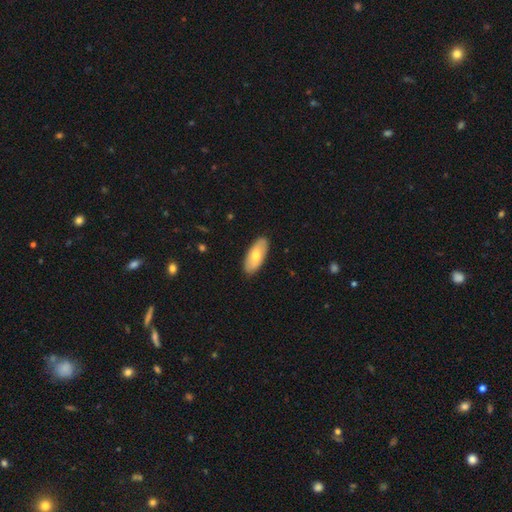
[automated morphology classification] smooth 66%, featured or disk 28%, star or artifact 6%. Down the decision tree: how rounded — in between (86%); merging — none (89%).